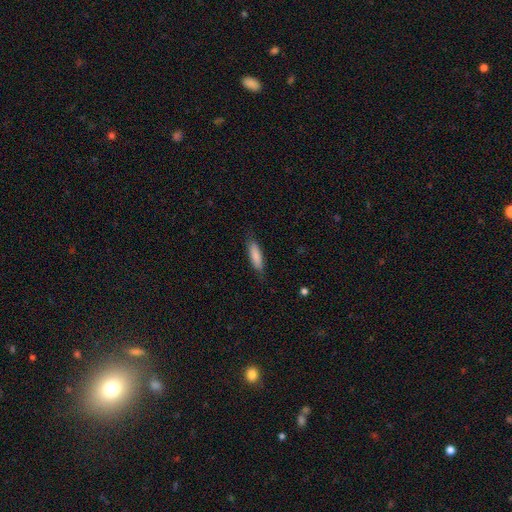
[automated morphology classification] A smooth galaxy with no disk features (83%) that is cigar-shaped (56%).

Vote fractions:
- Smooth or featured? smooth: 83% / featured or disk: 11% / star or artifact: 6%
- How rounded? cigar-shaped: 56% / in between: 42% / round: 2%
- Merging? none: 80% / minor disturbance: 16% / major disturbance: 3% / merger: 1%